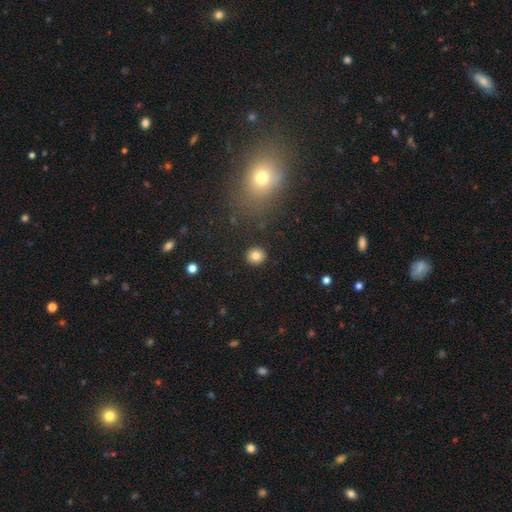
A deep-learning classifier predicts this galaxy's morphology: Smooth or featured? smooth (83%)
How rounded? round (84%)
Merging? none (91%)